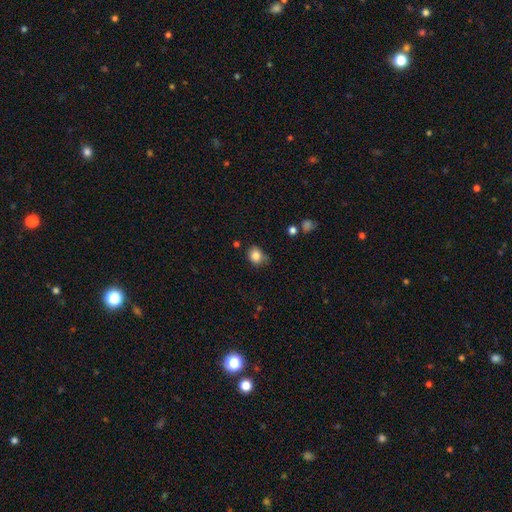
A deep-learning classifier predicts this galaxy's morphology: smooth_or_featured: smooth (p=0.84) [alt: star or artifact p=0.10]
how_rounded: round (p=0.63) [alt: in between p=0.36]
merging: none (p=0.63) [alt: minor disturbance p=0.27]